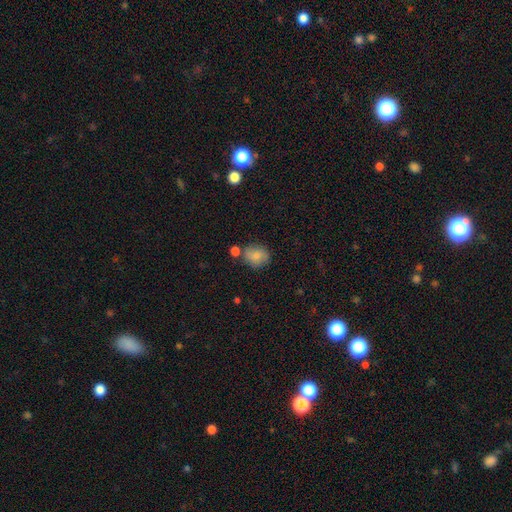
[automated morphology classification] A smooth galaxy with no disk features (77%) that is round (73%).

Vote fractions:
- Smooth or featured? smooth: 77% / featured or disk: 14% / star or artifact: 9%
- How rounded? round: 73% / in between: 26% / cigar-shaped: 1%
- Merging? none: 69% / minor disturbance: 17% / merger: 11% / major disturbance: 4%